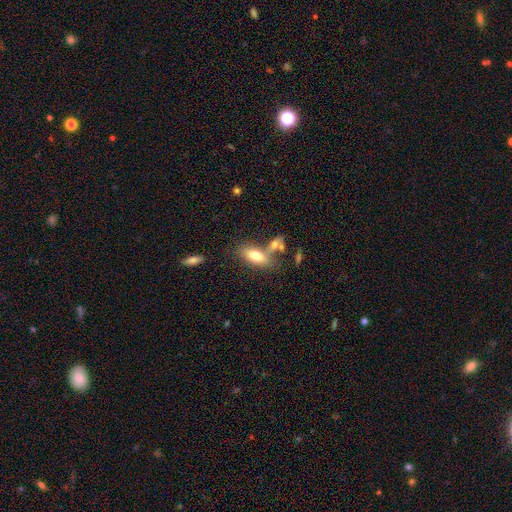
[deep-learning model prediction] Smooth or featured: smooth — 74% (featured or disk — 19%)
How rounded: in between — 80% (cigar-shaped — 17%)
Merging: none — 54% (merger — 25%)